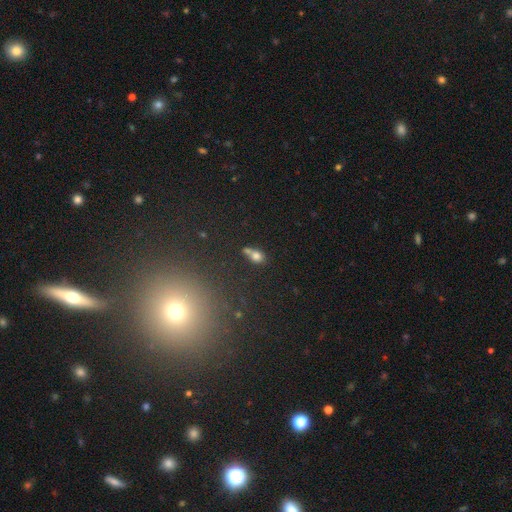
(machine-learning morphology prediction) Q: Smooth or featured?
A: smooth (76%); runner-up: star or artifact (13%)
Q: How rounded?
A: in between (60%); runner-up: round (37%)
Q: Merging?
A: merger (40%); tied with: none (40%)